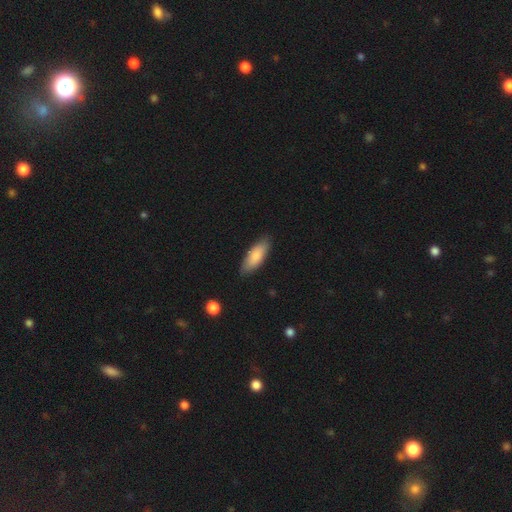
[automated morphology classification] Smooth or featured?
  - smooth: 83% *
  - featured or disk: 12%
  - star or artifact: 5%
How rounded?
  - in between: 71% *
  - cigar-shaped: 27%
  - round: 2%
Merging?
  - none: 83% *
  - minor disturbance: 13%
  - major disturbance: 2%
  - merger: 1%